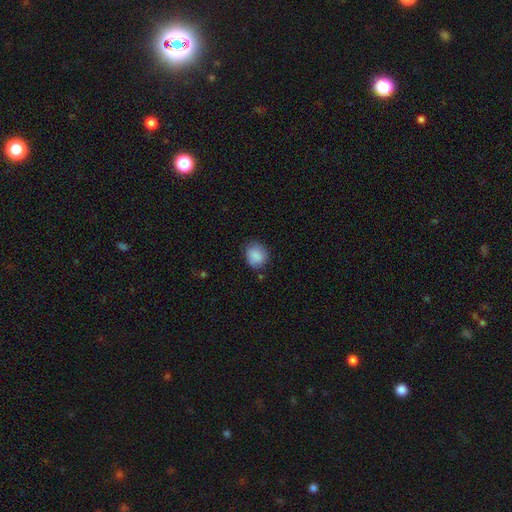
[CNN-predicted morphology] A smooth galaxy with no disk features (85%) that is round (66%). Merging: none (72%).